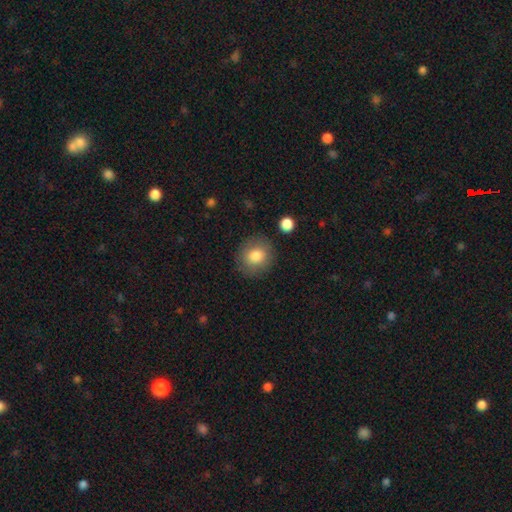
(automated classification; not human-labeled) smooth_or_featured: smooth (p=0.83) [alt: featured or disk p=0.09]
how_rounded: round (p=0.84) [alt: in between p=0.15]
merging: none (p=0.85) [alt: minor disturbance p=0.09]